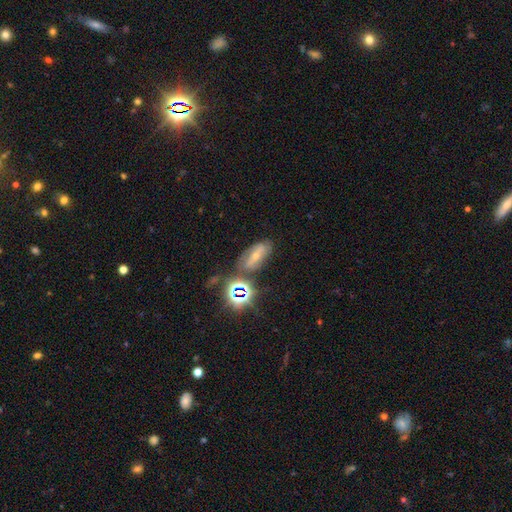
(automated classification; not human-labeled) Smooth or featured? featured or disk (41%)
Merging? none (70%)